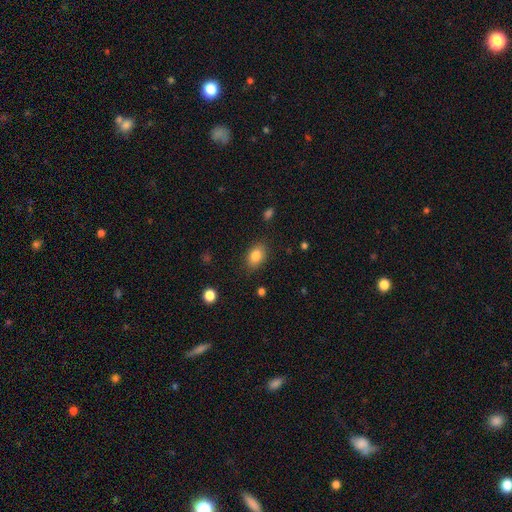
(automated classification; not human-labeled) Smooth or featured?
  - smooth: 84% *
  - star or artifact: 8%
  - featured or disk: 7%
How rounded?
  - in between: 86% *
  - round: 12%
  - cigar-shaped: 2%
Merging?
  - none: 84% *
  - minor disturbance: 12%
  - major disturbance: 3%
  - merger: 1%